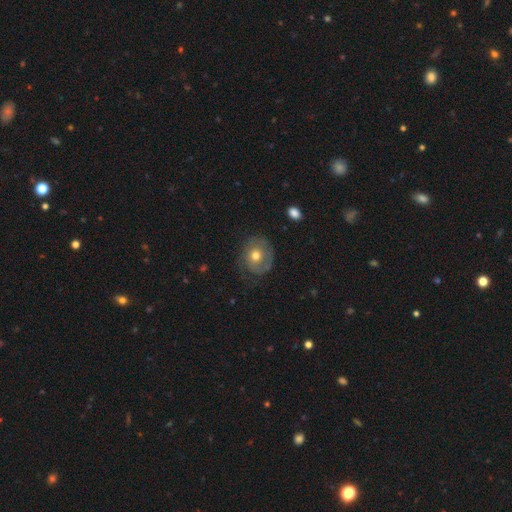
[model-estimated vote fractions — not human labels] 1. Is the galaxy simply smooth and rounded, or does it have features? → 56% smooth, 35% featured or disk, 9% star or artifact.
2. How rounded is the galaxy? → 77% round, 22% in between, 1% cigar-shaped.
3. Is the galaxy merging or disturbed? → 66% none, 22% minor disturbance, 11% major disturbance, 1% merger.